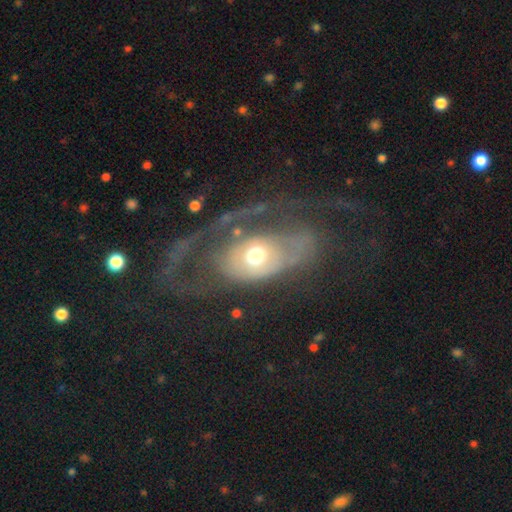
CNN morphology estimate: type=featured or disk (62%); edge-on=no (93%); bar=no (82%); spiral arms=yes (52%); bulge=moderate (69%); merging=major disturbance (52%).